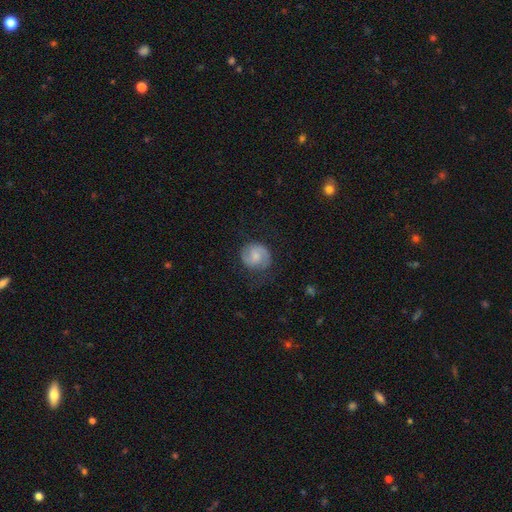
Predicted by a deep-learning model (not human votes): featured or disk 60%, smooth 33%, star or artifact 7%. Down the decision tree: edge-on disk — no (98%); bar — weak (47%); spiral arms — yes (92%); spiral arm count — 2 (86%); spiral winding — medium (48%); bulge size — moderate (34%); merging — none (70%).